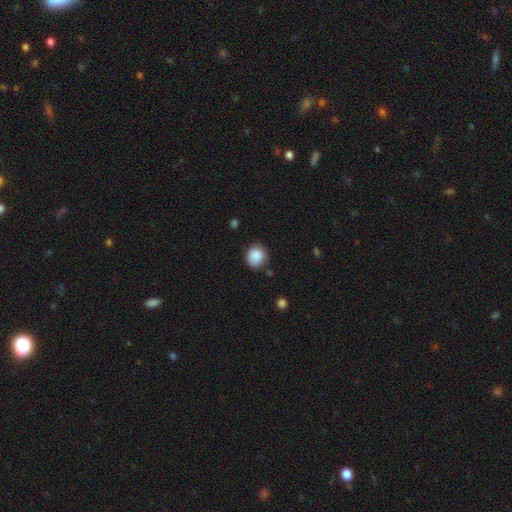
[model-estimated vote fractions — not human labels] A smooth galaxy with no disk features (88%) that is round (82%).

Vote fractions:
- Smooth or featured? smooth: 88% / star or artifact: 8% / featured or disk: 4%
- How rounded? round: 82% / in between: 17% / cigar-shaped: 1%
- Merging? none: 78% / minor disturbance: 16% / major disturbance: 3% / merger: 2%